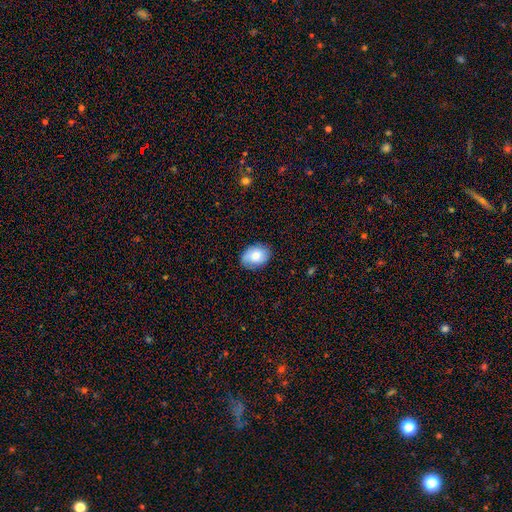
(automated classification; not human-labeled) Q: Smooth or featured?
A: smooth (75%); runner-up: featured or disk (18%)
Q: How rounded?
A: in between (71%); runner-up: round (28%)
Q: Merging?
A: none (80%); runner-up: minor disturbance (16%)